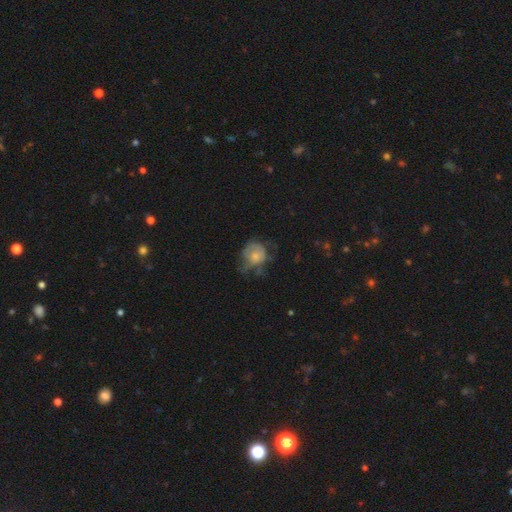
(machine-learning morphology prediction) smooth-or-featured: smooth: 55% | featured or disk: 36% | star or artifact: 9%
  how-rounded: round: 65% | in between: 34% | cigar-shaped: 1%
  merging: major disturbance: 34% | none: 32% | minor disturbance: 31% | merger: 3%